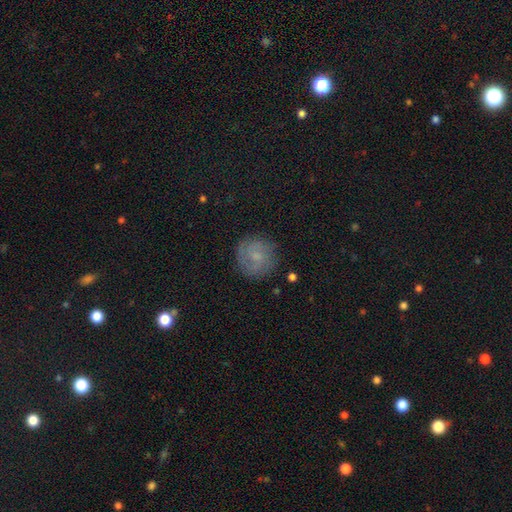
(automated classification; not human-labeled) Smooth or featured? featured or disk (46%)
Merging? none (82%)